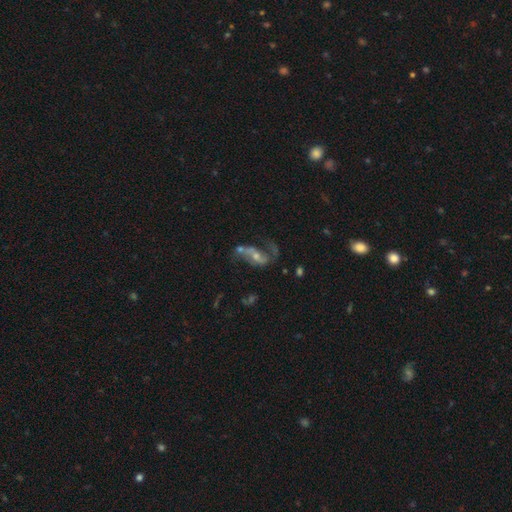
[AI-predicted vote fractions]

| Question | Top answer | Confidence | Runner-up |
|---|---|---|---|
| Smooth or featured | featured or disk | 71% | smooth (19%) |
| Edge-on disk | no | 93% | yes (7%) |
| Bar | no | 42% | weak (37%) |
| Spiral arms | yes | 77% | no (23%) |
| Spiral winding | loose | 71% | medium (23%) |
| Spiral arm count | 2 | 78% | 1 (13%) |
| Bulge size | moderate | 46% | small (42%) |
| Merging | none | 33% | major disturbance (29%) |